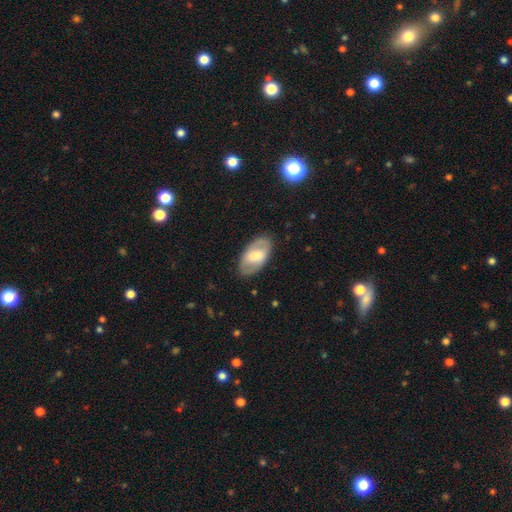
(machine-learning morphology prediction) Smooth or featured: smooth — 50% (featured or disk — 44%)
How rounded: in between — 93% (round — 5%)
Merging: none — 83% (minor disturbance — 12%)